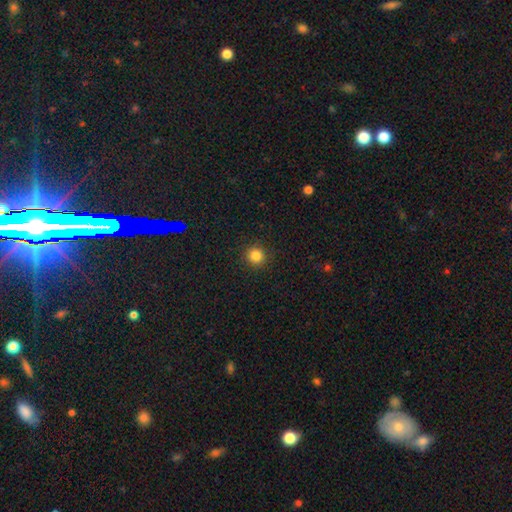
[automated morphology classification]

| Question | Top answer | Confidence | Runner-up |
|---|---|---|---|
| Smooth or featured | smooth | 83% | star or artifact (12%) |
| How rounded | round | 94% | in between (5%) |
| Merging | none | 92% | minor disturbance (5%) |